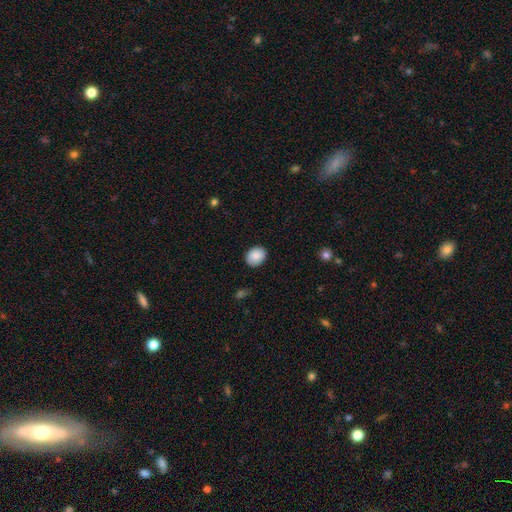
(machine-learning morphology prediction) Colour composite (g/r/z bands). It shows a smooth galaxy with no disk features (88%) that is in between round and cigar-shaped (50%). Merging: none (86%).